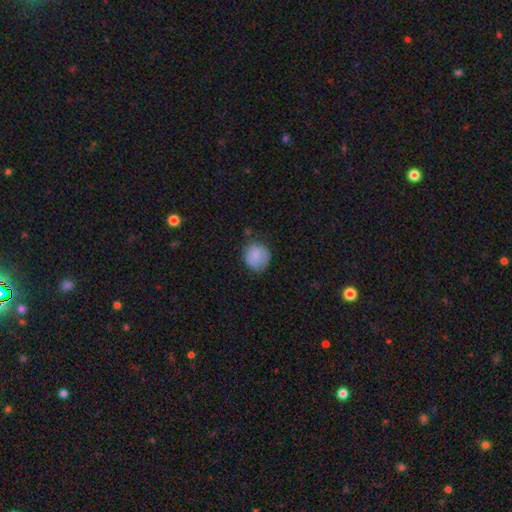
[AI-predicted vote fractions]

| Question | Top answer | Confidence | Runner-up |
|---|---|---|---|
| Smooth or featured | smooth | 80% | featured or disk (13%) |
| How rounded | round | 87% | in between (12%) |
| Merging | none | 72% | minor disturbance (21%) |